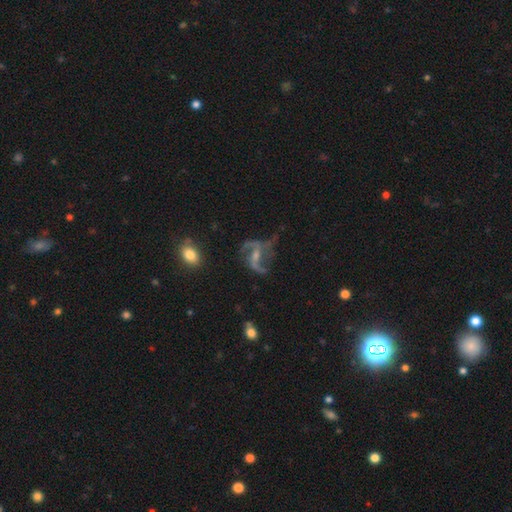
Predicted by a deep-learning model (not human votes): This appears to be a featured or disk galaxy (80%) with a weak bar (44%), 2 (72%) loose (65%) spiral arms (89%) and a small central bulge (53%). Merging: none (49%).